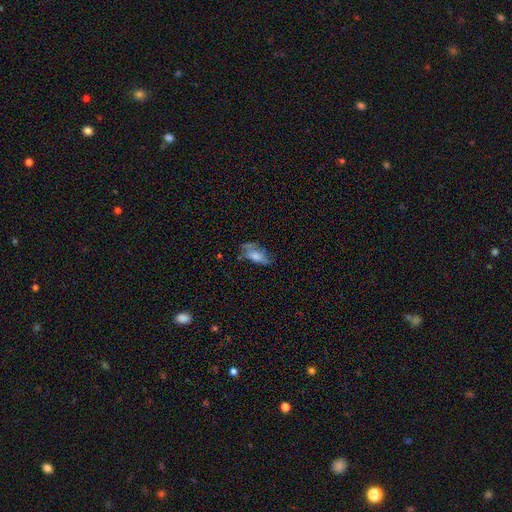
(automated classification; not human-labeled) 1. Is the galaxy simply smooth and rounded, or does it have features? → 59% smooth, 31% featured or disk, 10% star or artifact.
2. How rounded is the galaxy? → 83% in between, 12% cigar-shaped, 4% round.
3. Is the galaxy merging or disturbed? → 46% none, 30% minor disturbance, 19% major disturbance, 5% merger.